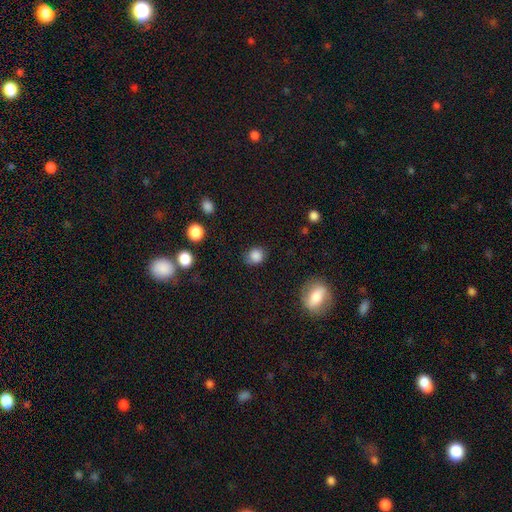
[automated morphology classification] The model was most divided on "how rounded": round: 71%, in between: 28%, cigar-shaped: 1%. More confident: smooth or featured — smooth (84%); merging — none (75%).